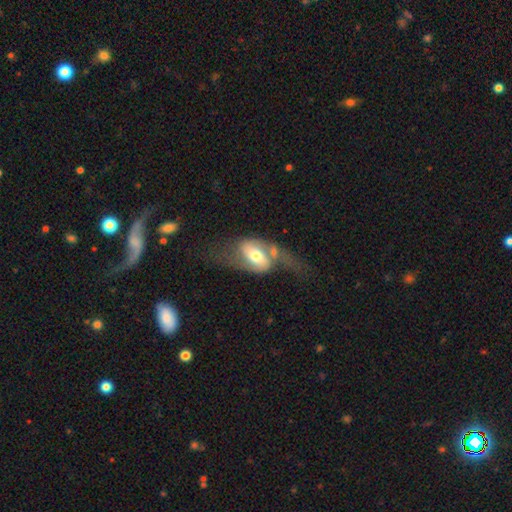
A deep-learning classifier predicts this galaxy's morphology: A featured or disk galaxy (64%) with no bar (42%), spiral arms (75%) and a moderate central bulge (65%).

Vote fractions:
- Smooth or featured? featured or disk: 64% / smooth: 30% / star or artifact: 6%
- Edge-on disk? no: 91% / yes: 9%
- Bar? no: 42% / weak: 34% / strong: 24%
- Spiral arms? yes: 75% / no: 25%
- Bulge size? moderate: 65% / small: 17% / large: 14% / dominant: 2% / none: 2%
- Merging? none: 33% / major disturbance: 31% / minor disturbance: 19% / merger: 18%